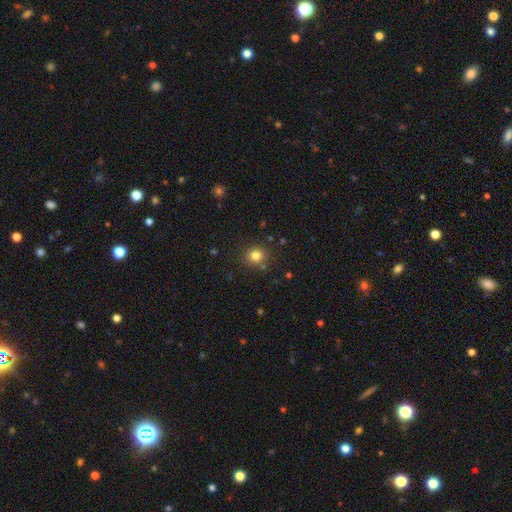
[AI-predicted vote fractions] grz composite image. It shows a smooth galaxy with no disk features (80%) that is round (85%). Merging: none (84%).